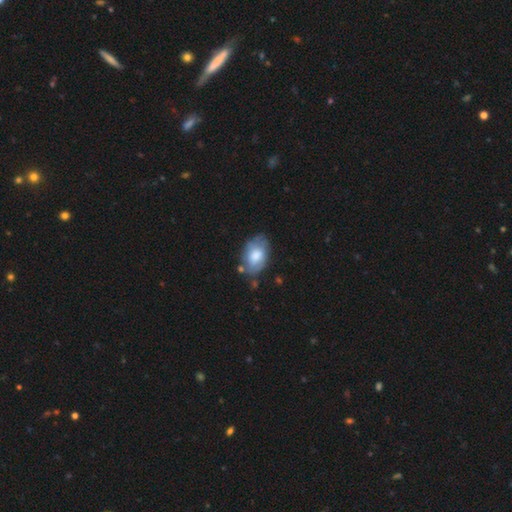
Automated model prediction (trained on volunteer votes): smooth-or-featured: smooth: 63% | featured or disk: 31% | star or artifact: 6%
  how-rounded: in between: 89% | round: 9% | cigar-shaped: 1%
  merging: none: 60% | minor disturbance: 26% | major disturbance: 8% | merger: 6%